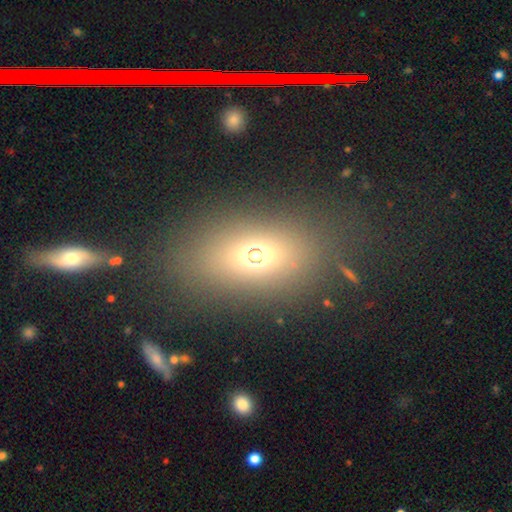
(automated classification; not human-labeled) A smooth galaxy with no disk features (65%) that is in between round and cigar-shaped (74%).

Vote fractions:
- Smooth or featured? smooth: 65% / star or artifact: 20% / featured or disk: 15%
- How rounded? in between: 74% / round: 22% / cigar-shaped: 4%
- Merging? none: 79% / minor disturbance: 10% / major disturbance: 8% / merger: 3%